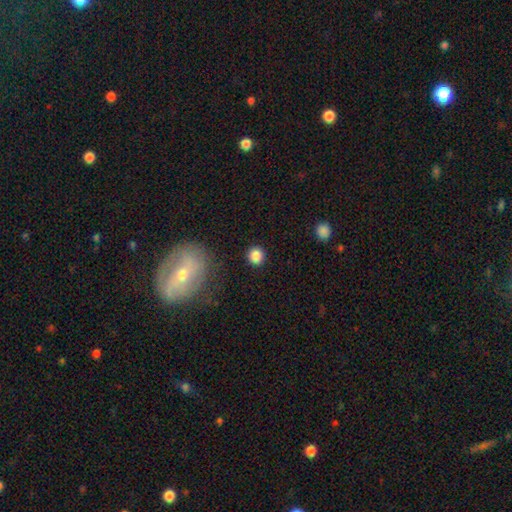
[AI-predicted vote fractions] The model was most divided on "smooth or featured": smooth: 86%, star or artifact: 10%, featured or disk: 4%. More confident: merging — none (89%); how rounded — round (89%).